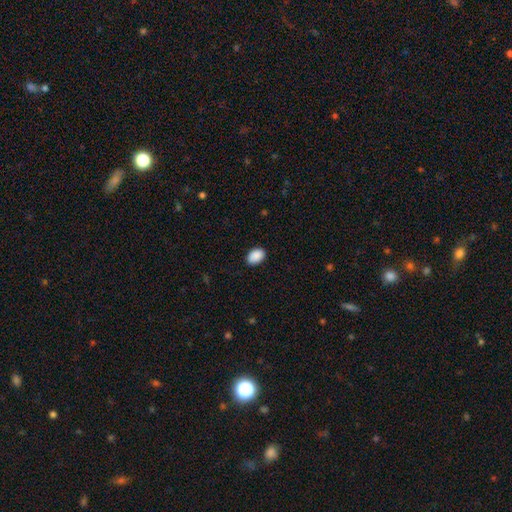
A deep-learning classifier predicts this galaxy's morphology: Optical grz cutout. It shows a smooth galaxy with no disk features (90%) that is in between round and cigar-shaped (84%). Merging: none (88%).